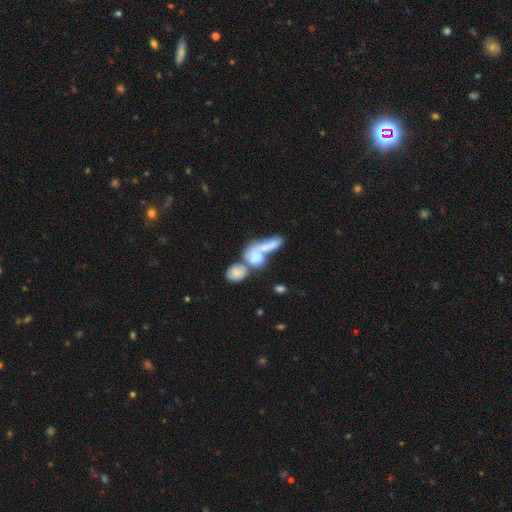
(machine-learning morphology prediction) Smooth or featured? smooth (52%)
How rounded? in between (59%)
Merging? merger (66%)